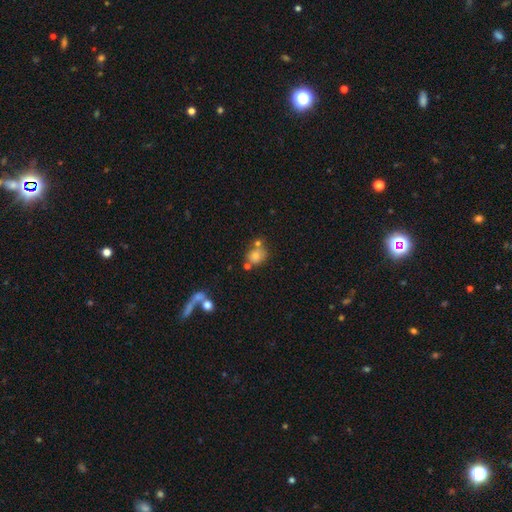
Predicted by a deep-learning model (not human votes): Q: Smooth or featured?
A: smooth (74%); runner-up: featured or disk (14%)
Q: How rounded?
A: round (72%); runner-up: in between (27%)
Q: Merging?
A: none (58%); runner-up: merger (24%)